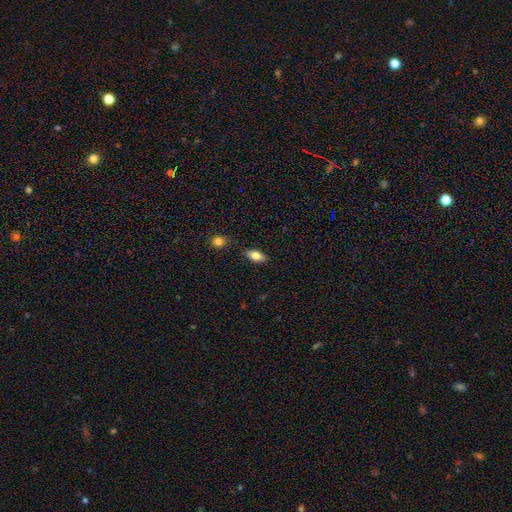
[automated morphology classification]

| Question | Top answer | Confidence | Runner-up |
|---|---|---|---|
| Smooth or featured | smooth | 78% | featured or disk (14%) |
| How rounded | in between | 86% | cigar-shaped (10%) |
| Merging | none | 84% | minor disturbance (12%) |